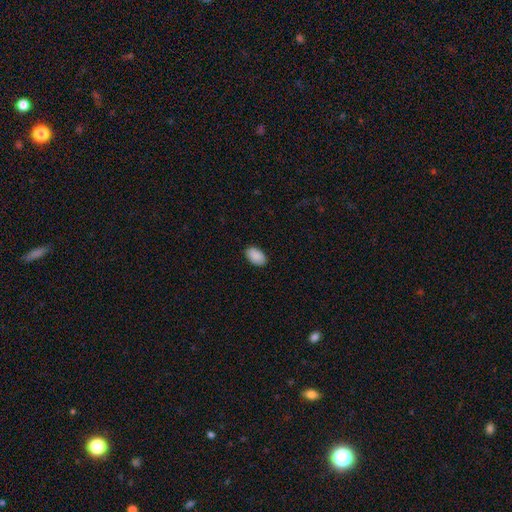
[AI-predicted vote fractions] smooth-or-featured: smooth: 90% | star or artifact: 7% | featured or disk: 3%
  how-rounded: in between: 93% | round: 6% | cigar-shaped: 1%
  merging: none: 88% | minor disturbance: 9% | major disturbance: 2% | merger: 1%